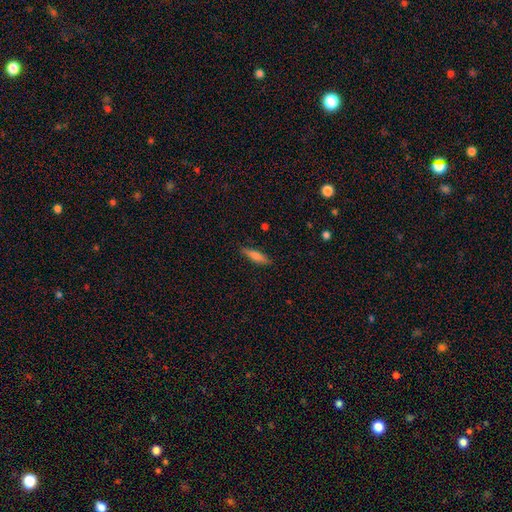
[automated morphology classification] smooth_or_featured: smooth (p=0.69) [alt: featured or disk p=0.24]
how_rounded: cigar-shaped (p=0.70) [alt: in between p=0.28]
merging: none (p=0.87) [alt: minor disturbance p=0.10]